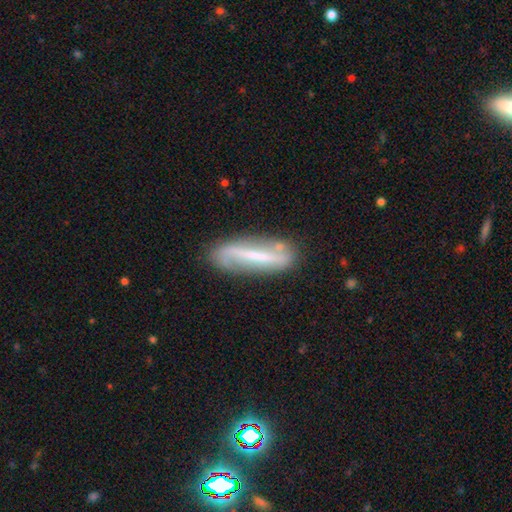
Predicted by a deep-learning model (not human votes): This appears to be a featured or disk galaxy (61%). Merging: none (75%).